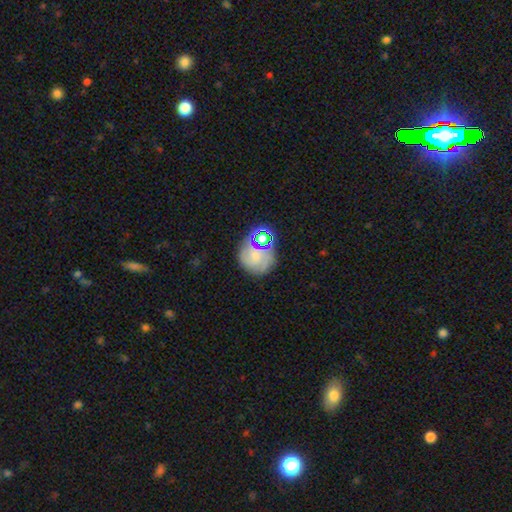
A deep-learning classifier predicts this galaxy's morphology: A smooth galaxy with no disk features (47%).

Vote fractions:
- Smooth or featured? smooth: 47% / featured or disk: 36% / star or artifact: 17%
- Merging? none: 58% / minor disturbance: 19% / merger: 14% / major disturbance: 9%